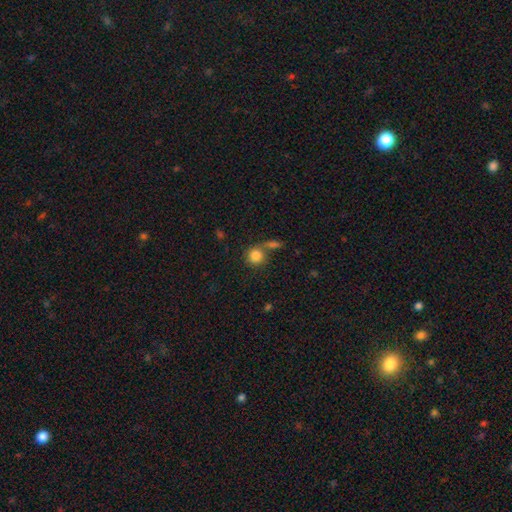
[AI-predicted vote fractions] A smooth galaxy with no disk features (83%) that is round (88%).

Vote fractions:
- Smooth or featured? smooth: 83% / star or artifact: 10% / featured or disk: 8%
- How rounded? round: 88% / in between: 10% / cigar-shaped: 1%
- Merging? none: 56% / merger: 27% / minor disturbance: 11% / major disturbance: 6%